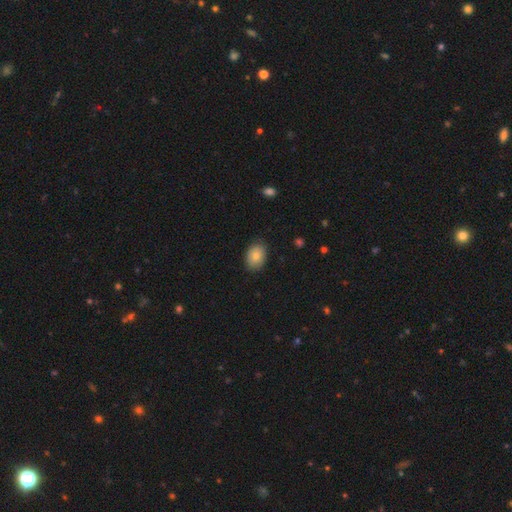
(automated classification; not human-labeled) Overall: smooth (82%). How rounded: in between (77%). Merging: none (84%).